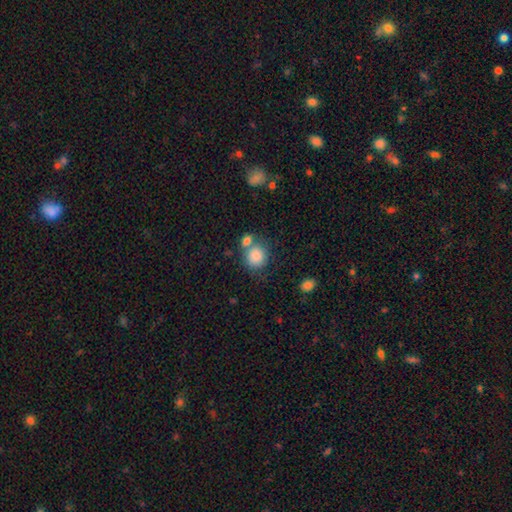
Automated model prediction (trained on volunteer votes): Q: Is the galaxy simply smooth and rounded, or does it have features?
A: smooth — 85%.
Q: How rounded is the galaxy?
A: round — 82%.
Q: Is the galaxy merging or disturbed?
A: none — 52%.